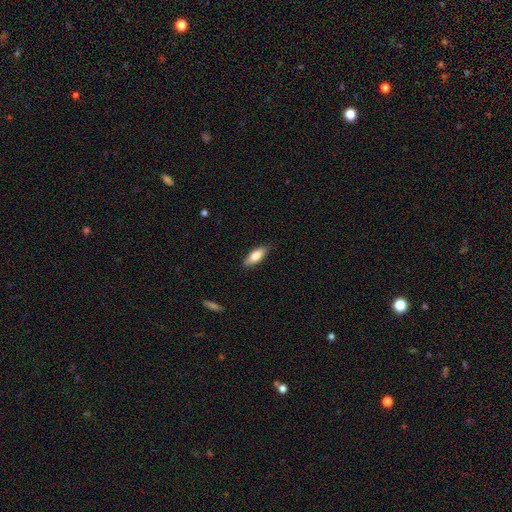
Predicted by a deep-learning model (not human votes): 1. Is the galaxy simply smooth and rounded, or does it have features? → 80% smooth, 14% featured or disk, 6% star or artifact.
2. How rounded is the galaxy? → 73% in between, 25% cigar-shaped, 2% round.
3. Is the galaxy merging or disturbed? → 84% none, 12% minor disturbance, 2% major disturbance, 1% merger.